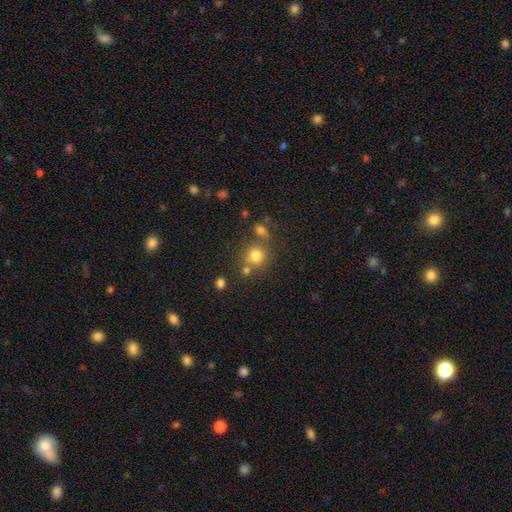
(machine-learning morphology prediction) Q: Smooth or featured?
A: smooth (77%); runner-up: star or artifact (14%)
Q: How rounded?
A: round (87%); runner-up: in between (12%)
Q: Merging?
A: none (63%); runner-up: merger (21%)